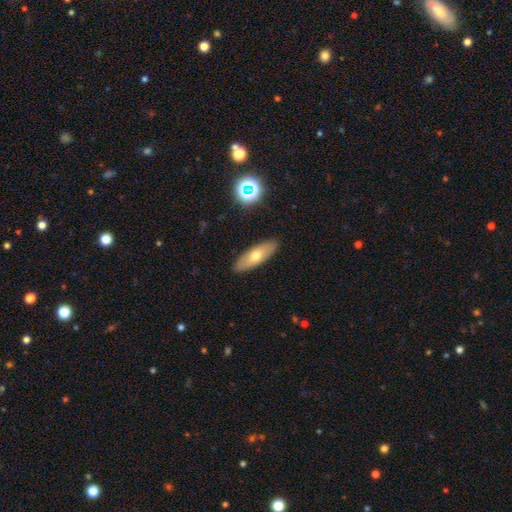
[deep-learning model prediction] The model was most divided on "how rounded": in between: 53%, cigar-shaped: 44%, round: 3%. More confident: merging — none (89%); smooth or featured — smooth (60%).